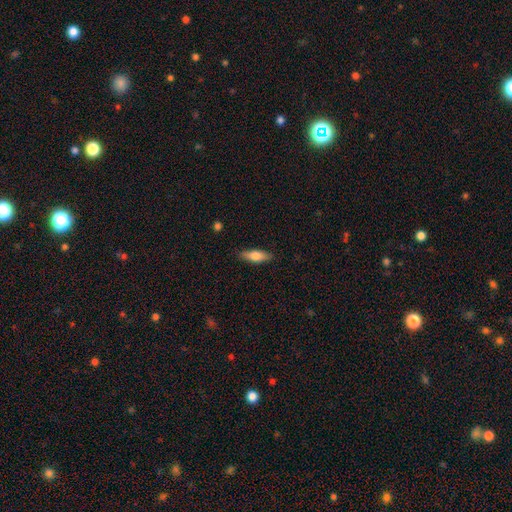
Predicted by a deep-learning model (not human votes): Smooth or featured: smooth — 68% (featured or disk — 26%)
How rounded: in between — 53% (cigar-shaped — 45%)
Merging: none — 87% (minor disturbance — 10%)